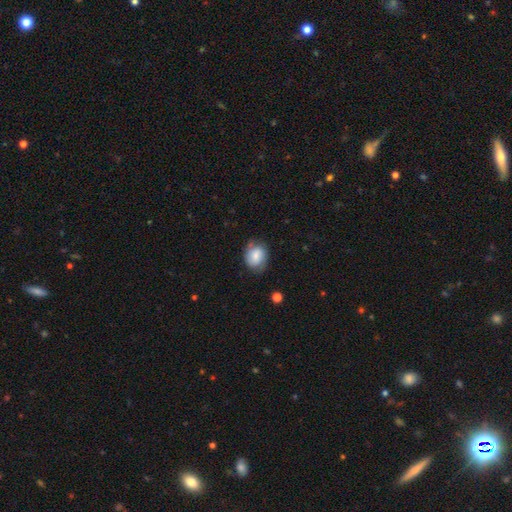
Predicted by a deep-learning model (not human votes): Q: Smooth or featured?
A: smooth (73%); runner-up: featured or disk (19%)
Q: How rounded?
A: round (54%); runner-up: in between (45%)
Q: Merging?
A: none (68%); runner-up: minor disturbance (24%)